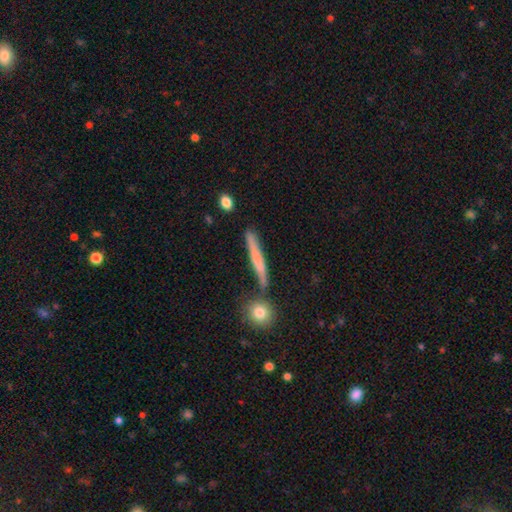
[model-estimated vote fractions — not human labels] Overall: smooth (52%; featured or disk 41%). How rounded: cigar-shaped (92%). Merging: none (78%).